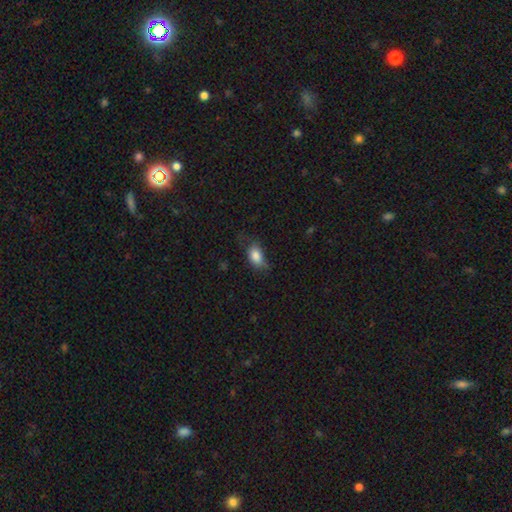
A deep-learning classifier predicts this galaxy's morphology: Smooth or featured? Predicted: smooth (p=0.81). How rounded? Predicted: in between (p=0.83). Merging? Predicted: none (p=0.45).